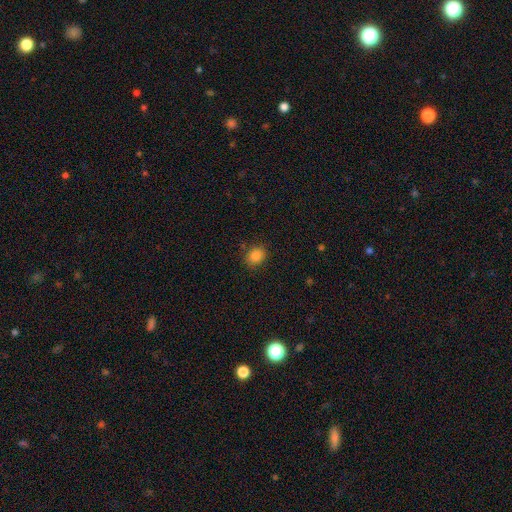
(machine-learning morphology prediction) This is clearly a smooth galaxy (84%). How rounded: likely round (62%). Merging: clearly none (86%).